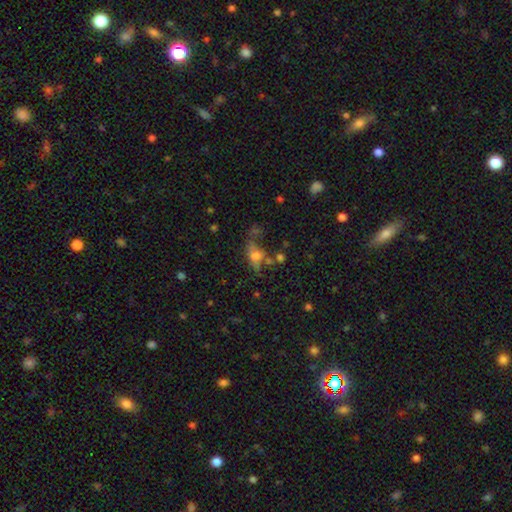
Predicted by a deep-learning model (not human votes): Smooth or featured: smooth — 50% (featured or disk — 33%)
How rounded: in between — 72% (round — 16%)
Merging: none — 38% (major disturbance — 24%)